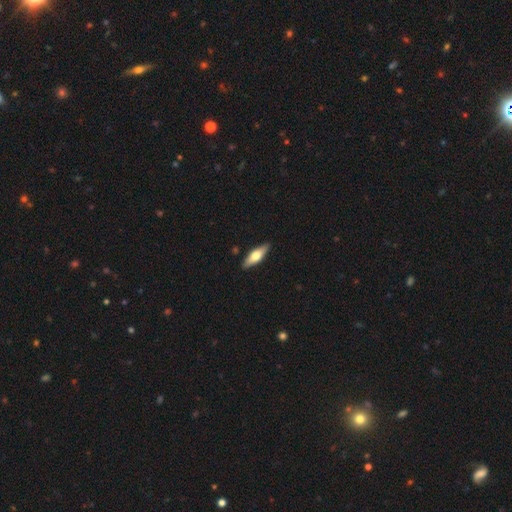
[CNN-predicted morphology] Smooth or featured?
  - smooth: 55% *
  - featured or disk: 40%
  - star or artifact: 6%
How rounded?
  - cigar-shaped: 49% *
  - in between: 48%
  - round: 2%
Merging?
  - none: 88% *
  - minor disturbance: 9%
  - major disturbance: 2%
  - merger: 1%